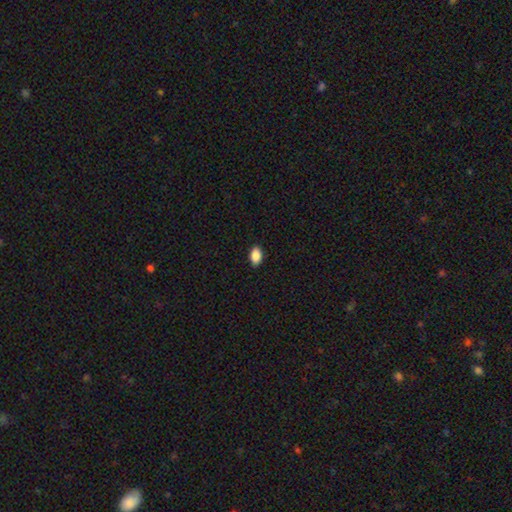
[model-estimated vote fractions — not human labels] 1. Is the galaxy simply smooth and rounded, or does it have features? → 89% smooth, 8% star or artifact, 4% featured or disk.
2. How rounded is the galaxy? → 92% in between, 6% round, 2% cigar-shaped.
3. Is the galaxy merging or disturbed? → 90% none, 8% minor disturbance, 2% major disturbance, 1% merger.